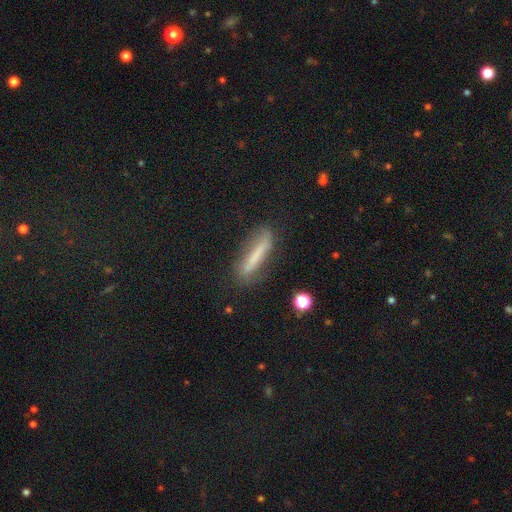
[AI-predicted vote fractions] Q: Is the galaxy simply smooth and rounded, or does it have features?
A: smooth — 56%.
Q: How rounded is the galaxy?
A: cigar-shaped — 86%.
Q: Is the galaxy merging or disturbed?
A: none — 73%.